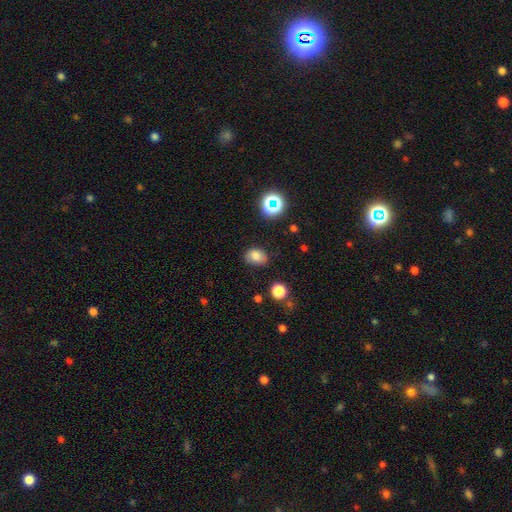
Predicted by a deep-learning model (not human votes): Smooth or featured: smooth — 79% (star or artifact — 14%)
How rounded: in between — 69% (round — 30%)
Merging: none — 76% (minor disturbance — 18%)